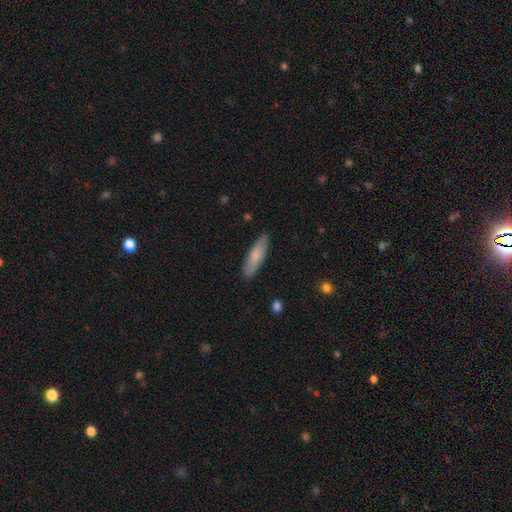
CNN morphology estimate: The model was most divided on "how rounded": cigar-shaped: 67%, in between: 32%, round: 2%. More confident: merging — none (86%); smooth or featured — smooth (75%).